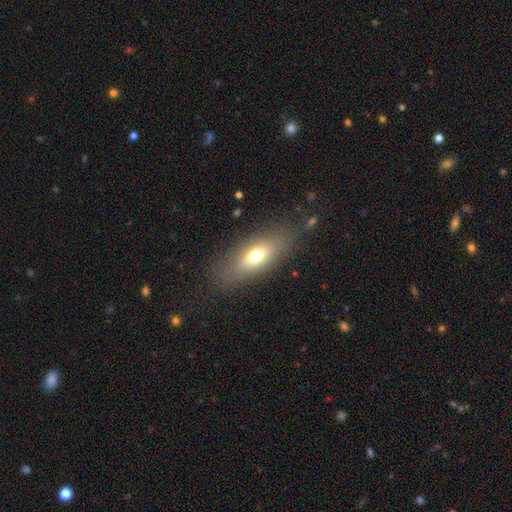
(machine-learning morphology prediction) Smooth or featured: smooth — 65% (featured or disk — 26%)
How rounded: in between — 68% (cigar-shaped — 26%)
Merging: none — 81% (minor disturbance — 12%)